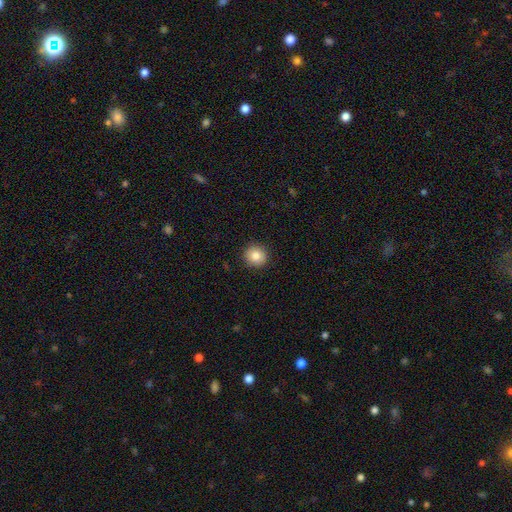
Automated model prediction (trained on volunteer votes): This is clearly a smooth galaxy (85%). How rounded: clearly round (92%). Merging: clearly none (92%).